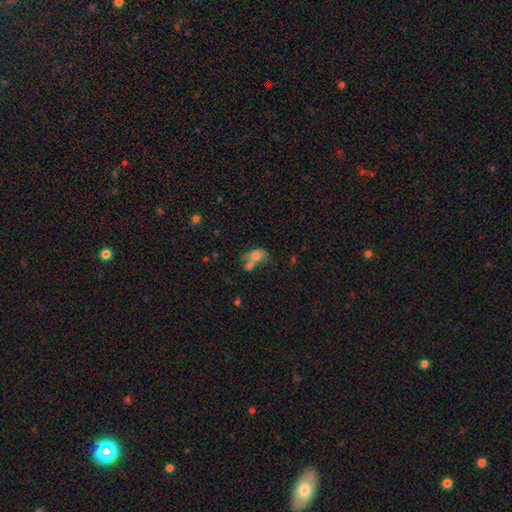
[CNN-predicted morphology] A smooth galaxy with no disk features (69%) that is in between round and cigar-shaped (72%). Merging: merger (57%).